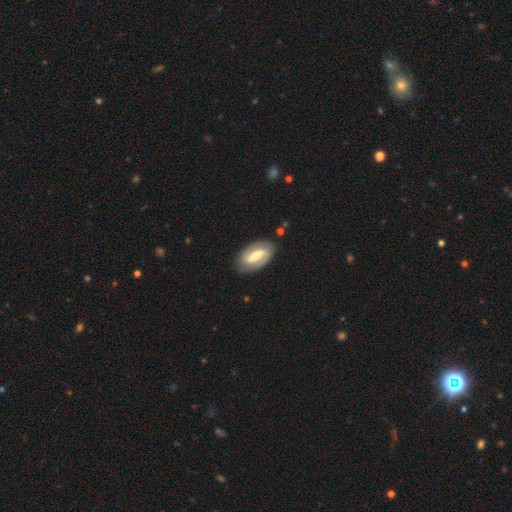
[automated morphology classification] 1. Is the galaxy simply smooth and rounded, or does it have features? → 74% featured or disk, 21% smooth, 5% star or artifact.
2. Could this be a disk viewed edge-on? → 94% no, 6% yes.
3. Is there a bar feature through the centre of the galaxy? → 57% strong, 32% weak, 11% no.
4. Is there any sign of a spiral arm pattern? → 84% yes, 16% no.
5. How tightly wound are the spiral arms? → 41% medium, 36% tight, 23% loose.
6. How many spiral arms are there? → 86% 2, 8% can't tell, 3% 1, 1% 3, 1% 4, 1% more than 4.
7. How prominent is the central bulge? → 55% moderate, 28% small, 12% large, 4% none, 2% dominant.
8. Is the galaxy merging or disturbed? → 84% none, 11% minor disturbance, 3% major disturbance, 2% merger.